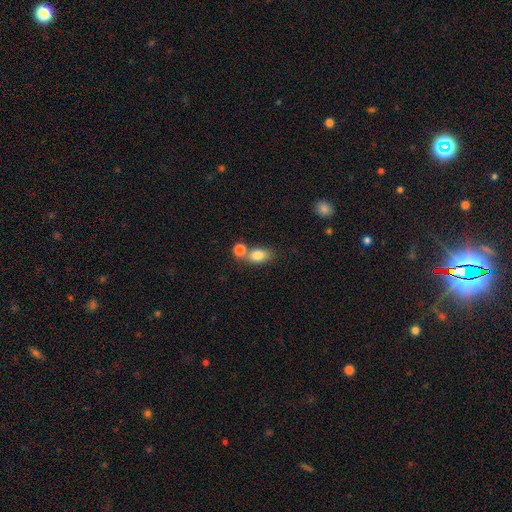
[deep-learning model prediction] Smooth or featured? smooth (81%)
How rounded? in between (76%)
Merging? none (50%)